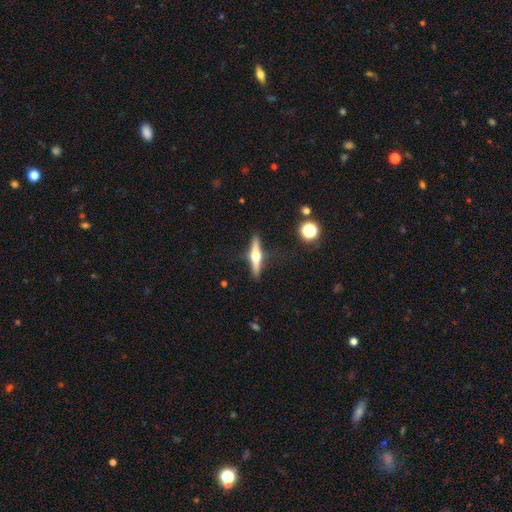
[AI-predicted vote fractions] Smooth or featured? featured or disk (70%)
Edge-on disk? yes (97%)
Edge-on bulge? rounded (96%)
Merging? none (88%)